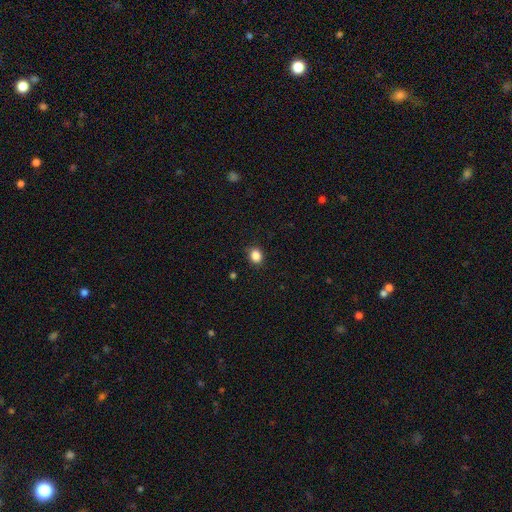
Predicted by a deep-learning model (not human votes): Morphology: type=smooth (86%); roundness=round (67%); merging=none (87%).